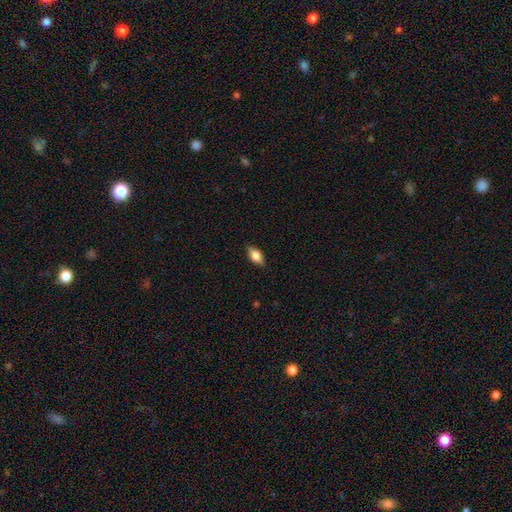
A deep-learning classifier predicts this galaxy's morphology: This appears to be a smooth galaxy with no disk features (72%) that is in between round and cigar-shaped (84%). Merging: none (84%).